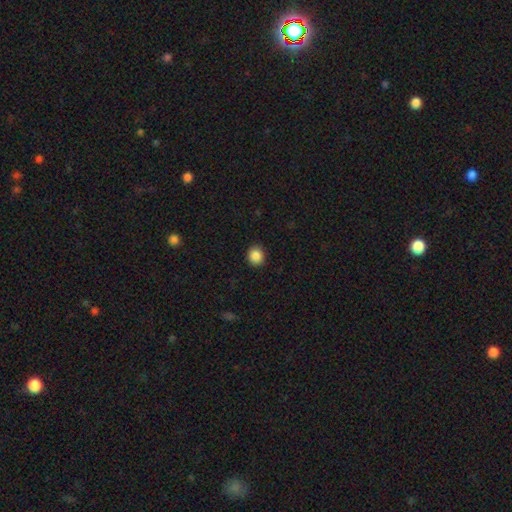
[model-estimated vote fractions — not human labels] Smooth or featured?
  - smooth: 87% *
  - star or artifact: 10%
  - featured or disk: 3%
How rounded?
  - round: 82% *
  - in between: 17%
  - cigar-shaped: 1%
Merging?
  - none: 91% *
  - minor disturbance: 6%
  - major disturbance: 2%
  - merger: 1%